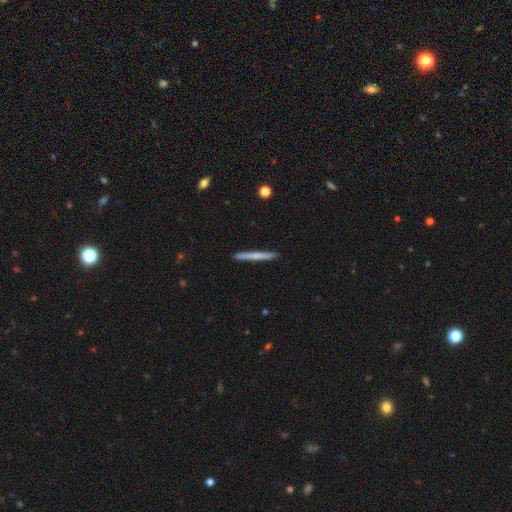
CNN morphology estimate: Smooth or featured: smooth — 54% (featured or disk — 41%)
How rounded: cigar-shaped — 97% (in between — 2%)
Merging: none — 92% (minor disturbance — 6%)